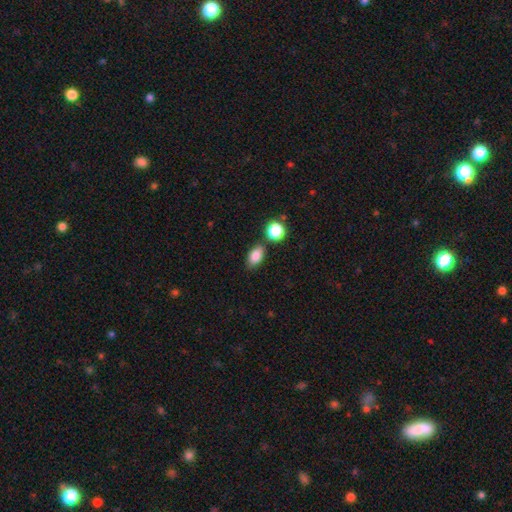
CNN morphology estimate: A smooth galaxy with no disk features (83%) that is in between round and cigar-shaped (84%).

Vote fractions:
- Smooth or featured? smooth: 83% / star or artifact: 9% / featured or disk: 8%
- How rounded? in between: 84% / round: 12% / cigar-shaped: 3%
- Merging? none: 73% / minor disturbance: 13% / merger: 10% / major disturbance: 3%